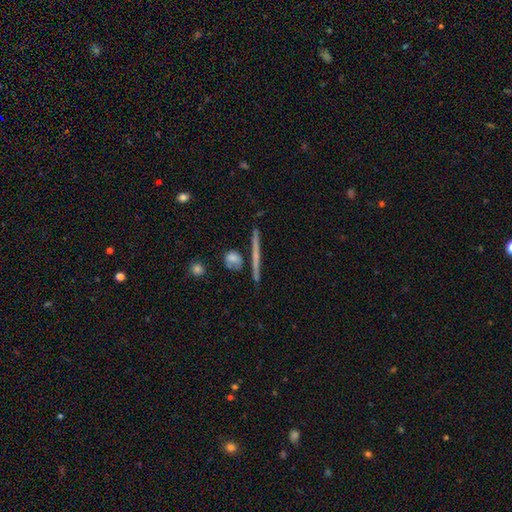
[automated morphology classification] featured or disk 52%, smooth 39%, star or artifact 10%. Down the decision tree: edge-on disk — yes (96%); merging — none (86%).